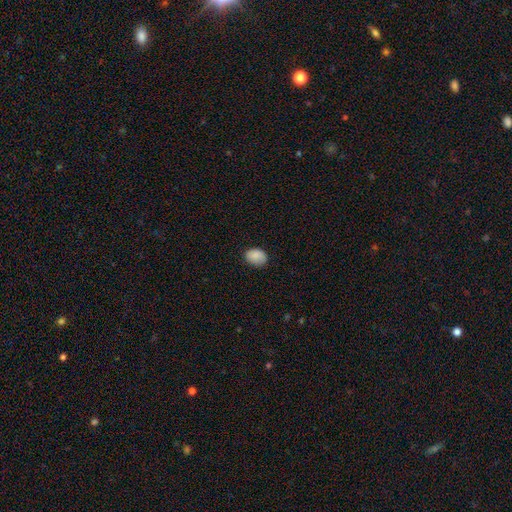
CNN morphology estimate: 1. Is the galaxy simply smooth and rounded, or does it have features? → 88% smooth, 8% star or artifact, 5% featured or disk.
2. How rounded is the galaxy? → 70% in between, 29% round, 1% cigar-shaped.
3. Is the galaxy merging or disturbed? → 78% none, 17% minor disturbance, 3% major disturbance, 1% merger.